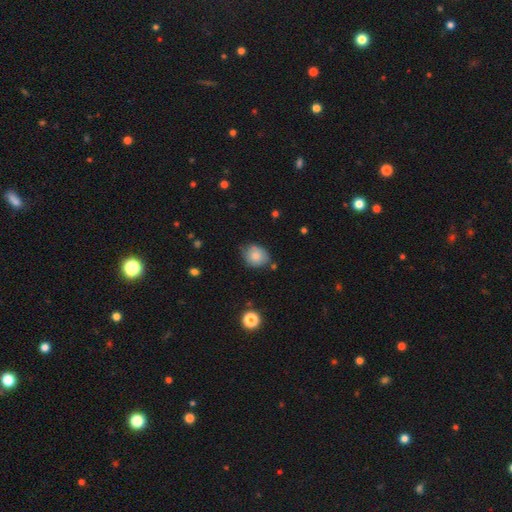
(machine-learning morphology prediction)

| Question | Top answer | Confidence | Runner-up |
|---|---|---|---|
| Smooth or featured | smooth | 82% | featured or disk (10%) |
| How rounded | round | 68% | in between (31%) |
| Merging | none | 66% | minor disturbance (25%) |